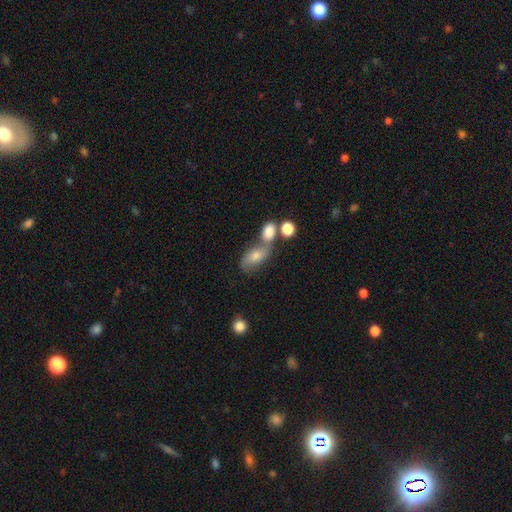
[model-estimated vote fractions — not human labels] A smooth galaxy with no disk features (62%) that is in between round and cigar-shaped (83%). Merging: merger (42%).